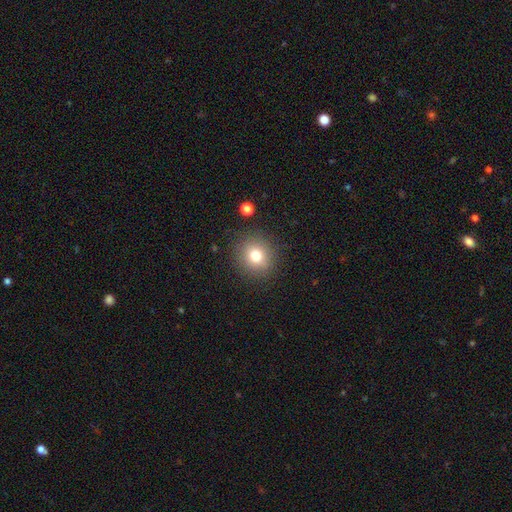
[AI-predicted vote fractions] smooth-or-featured: smooth: 77% | star or artifact: 13% | featured or disk: 11%
  how-rounded: round: 88% | in between: 11% | cigar-shaped: 1%
  merging: none: 87% | minor disturbance: 8% | major disturbance: 3% | merger: 2%